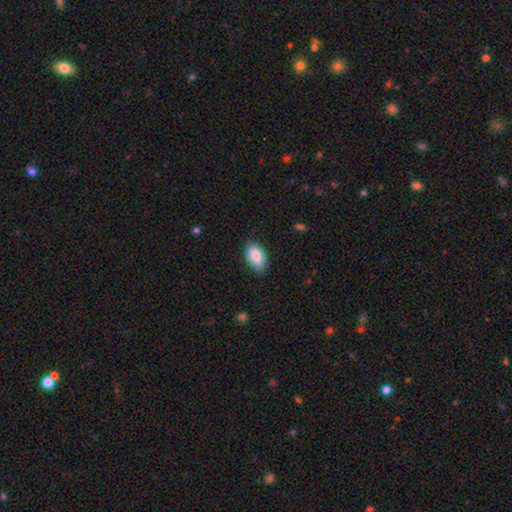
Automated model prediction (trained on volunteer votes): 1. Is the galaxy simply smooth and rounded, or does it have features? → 85% smooth, 8% featured or disk, 7% star or artifact.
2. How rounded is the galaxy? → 92% in between, 7% round, 2% cigar-shaped.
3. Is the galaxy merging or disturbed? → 81% none, 15% minor disturbance, 2% major disturbance, 1% merger.